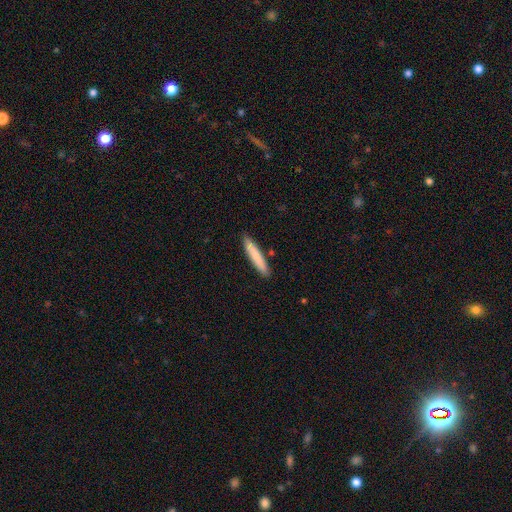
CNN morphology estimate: Smooth or featured?
  - smooth: 79% *
  - featured or disk: 16%
  - star or artifact: 6%
How rounded?
  - cigar-shaped: 92% *
  - in between: 7%
  - round: 1%
Merging?
  - none: 89% *
  - minor disturbance: 8%
  - merger: 2%
  - major disturbance: 1%